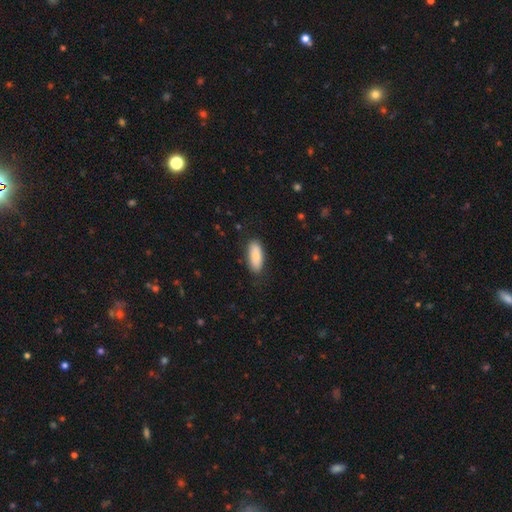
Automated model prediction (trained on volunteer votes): The model was most divided on "how rounded": in between: 78%, cigar-shaped: 20%, round: 2%. More confident: smooth or featured — smooth (85%); merging — none (84%).